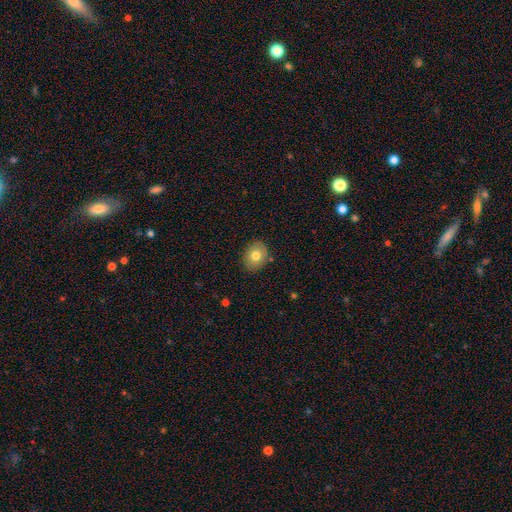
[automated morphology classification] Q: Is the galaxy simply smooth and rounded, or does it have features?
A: smooth — 76%.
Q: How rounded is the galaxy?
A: round — 50%.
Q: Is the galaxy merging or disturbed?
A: none — 86%.